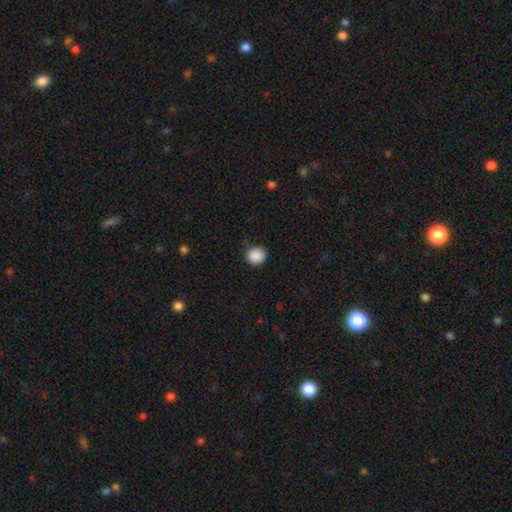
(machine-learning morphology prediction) Smooth or featured?
  - smooth: 89% *
  - star or artifact: 9%
  - featured or disk: 3%
How rounded?
  - round: 90% *
  - in between: 9%
  - cigar-shaped: 1%
Merging?
  - none: 82% *
  - minor disturbance: 13%
  - major disturbance: 3%
  - merger: 1%